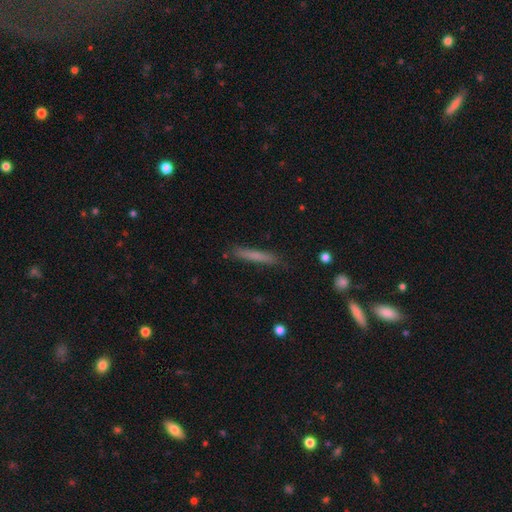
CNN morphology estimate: Smooth or featured: smooth — 71% (featured or disk — 21%)
How rounded: cigar-shaped — 95% (in between — 4%)
Merging: none — 85% (minor disturbance — 11%)